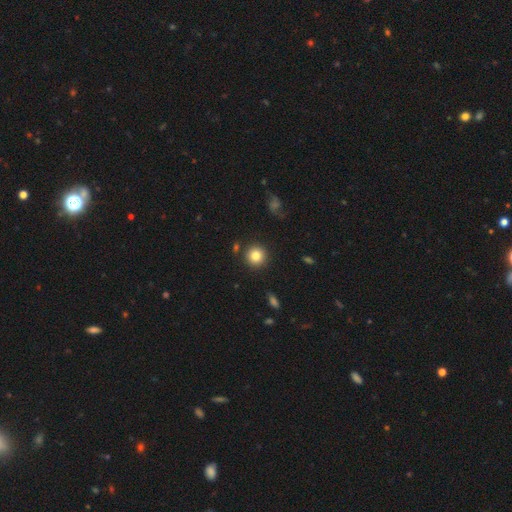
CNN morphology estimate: smooth 83%, star or artifact 10%, featured or disk 8%. Down the decision tree: how rounded — round (94%); merging — none (89%).